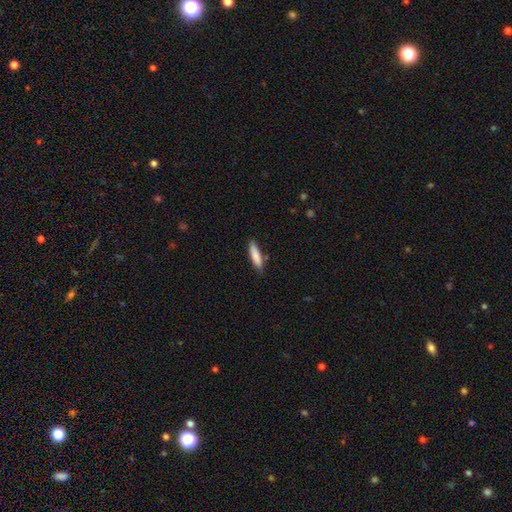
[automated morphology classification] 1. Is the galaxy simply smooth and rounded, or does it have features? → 85% smooth, 9% featured or disk, 6% star or artifact.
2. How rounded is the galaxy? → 73% cigar-shaped, 26% in between, 1% round.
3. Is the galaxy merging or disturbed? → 81% none, 14% minor disturbance, 2% merger, 2% major disturbance.